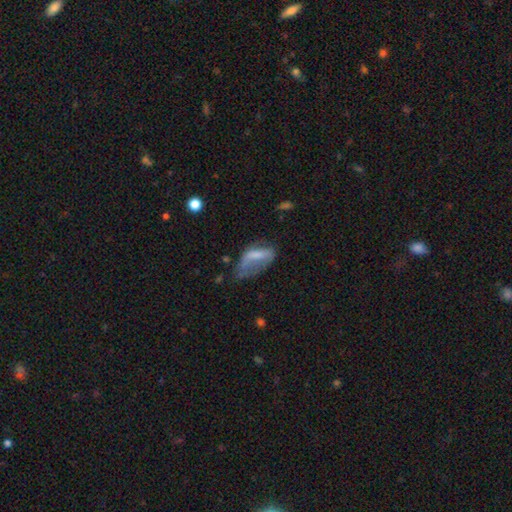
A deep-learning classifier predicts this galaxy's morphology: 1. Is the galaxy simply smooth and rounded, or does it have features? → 56% smooth, 35% featured or disk, 9% star or artifact.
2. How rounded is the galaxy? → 84% in between, 13% cigar-shaped, 4% round.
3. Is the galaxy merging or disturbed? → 42% major disturbance, 30% minor disturbance, 24% none, 4% merger.